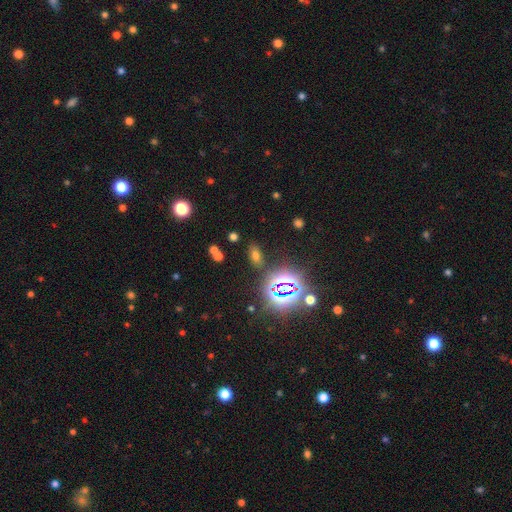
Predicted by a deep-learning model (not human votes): Overall: smooth (54%; star or artifact 37%). How rounded: in between (85%). Merging: none (80%).